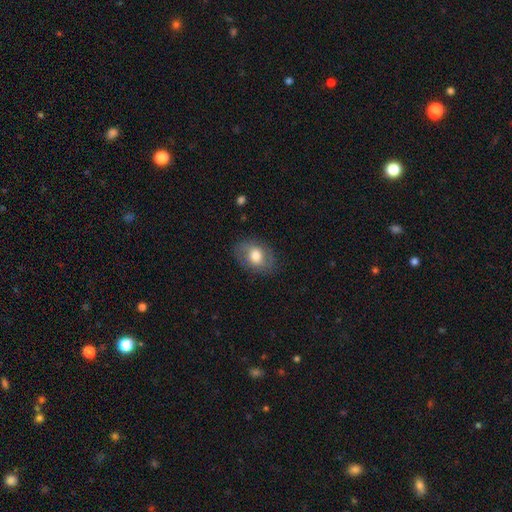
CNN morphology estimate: The model was most divided on "smooth or featured": smooth: 64%, featured or disk: 29%, star or artifact: 7%. More confident: merging — none (78%); how rounded — in between (78%).